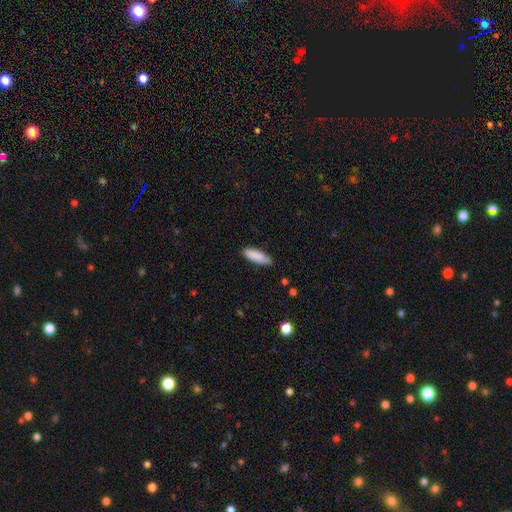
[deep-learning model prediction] Overall: smooth (87%). How rounded: in between (62%; cigar-shaped 37%). Merging: none (77%).